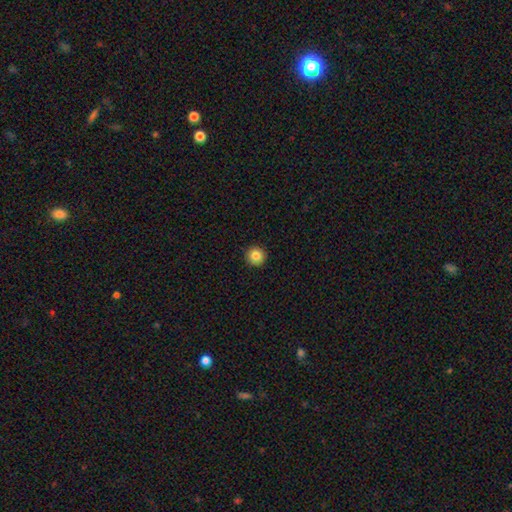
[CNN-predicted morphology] smooth-or-featured: smooth: 84% | star or artifact: 10% | featured or disk: 6%
  how-rounded: round: 96% | in between: 3% | cigar-shaped: 1%
  merging: none: 93% | minor disturbance: 5% | major disturbance: 1% | merger: 1%